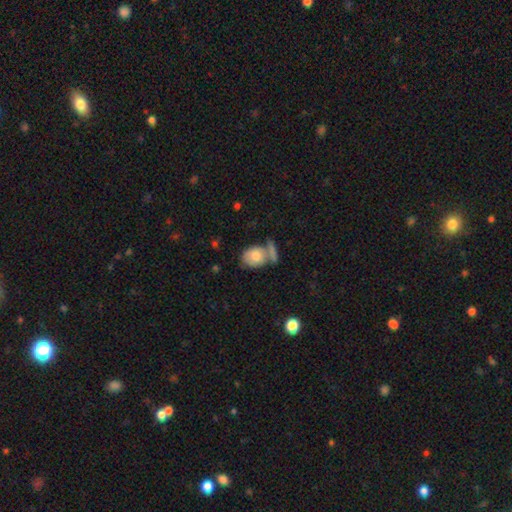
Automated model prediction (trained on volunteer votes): This is likely a smooth galaxy (75%). How rounded: likely in between (63%). Merging: marginally none (42%).